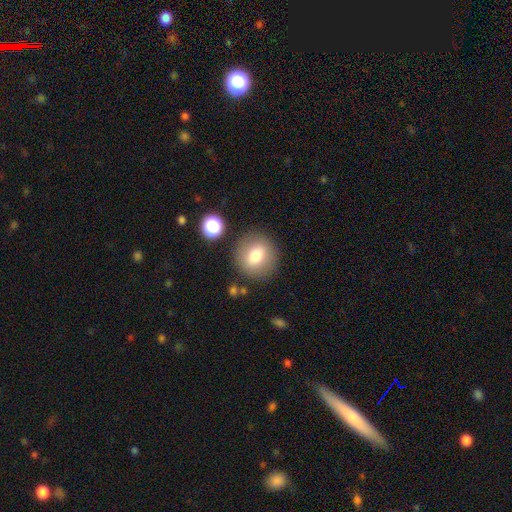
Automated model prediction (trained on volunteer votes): Overall: smooth (76%). How rounded: round (85%). Merging: none (83%).